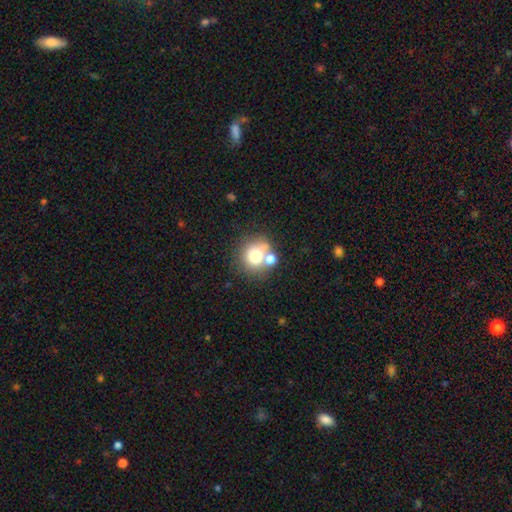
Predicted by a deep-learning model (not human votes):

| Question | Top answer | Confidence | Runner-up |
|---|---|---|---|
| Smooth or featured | smooth | 71% | featured or disk (17%) |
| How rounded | round | 82% | in between (17%) |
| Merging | none | 50% | merger (33%) |